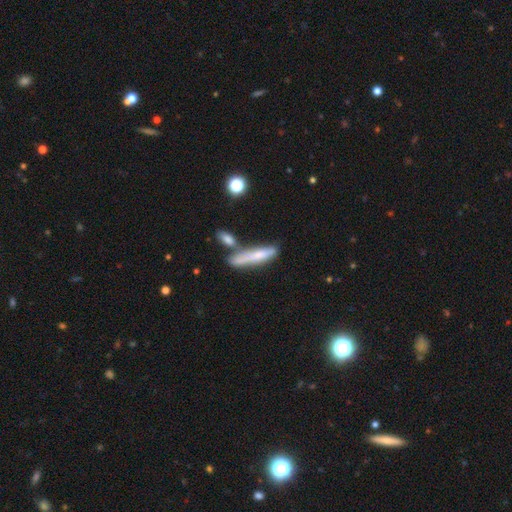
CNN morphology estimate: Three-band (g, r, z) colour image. It shows a smooth galaxy with no disk features (59%) that is cigar-shaped (85%). Merging: none (50%).